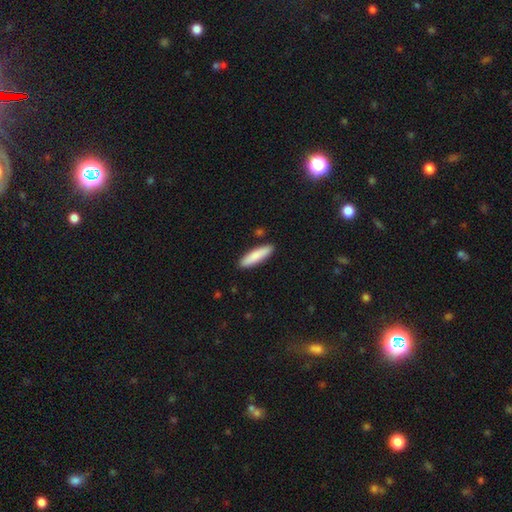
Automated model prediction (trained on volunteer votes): A smooth galaxy with no disk features (85%) that is cigar-shaped (71%). Merging: none (89%).